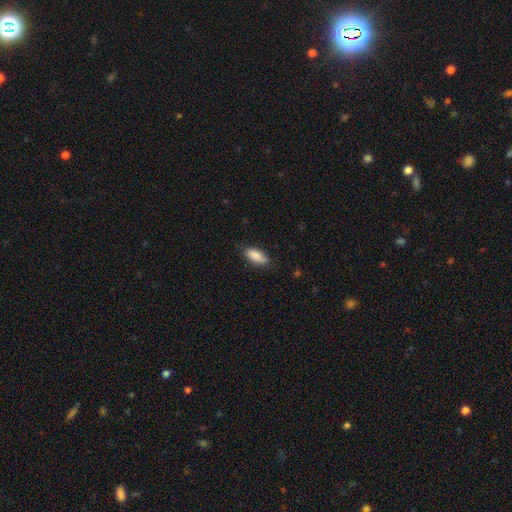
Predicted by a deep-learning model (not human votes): smooth_or_featured: smooth (p=0.89) [alt: star or artifact p=0.06]
how_rounded: in between (p=0.85) [alt: cigar-shaped p=0.13]
merging: none (p=0.84) [alt: minor disturbance p=0.13]